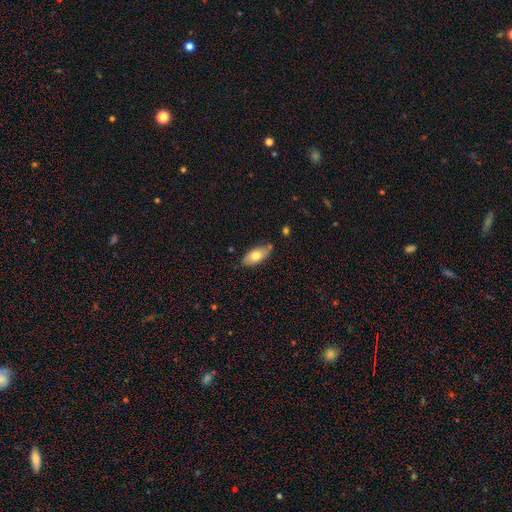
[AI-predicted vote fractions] smooth-or-featured: smooth: 72% | featured or disk: 22% | star or artifact: 6%
  how-rounded: in between: 88% | cigar-shaped: 10% | round: 3%
  merging: none: 77% | minor disturbance: 16% | merger: 5% | major disturbance: 3%